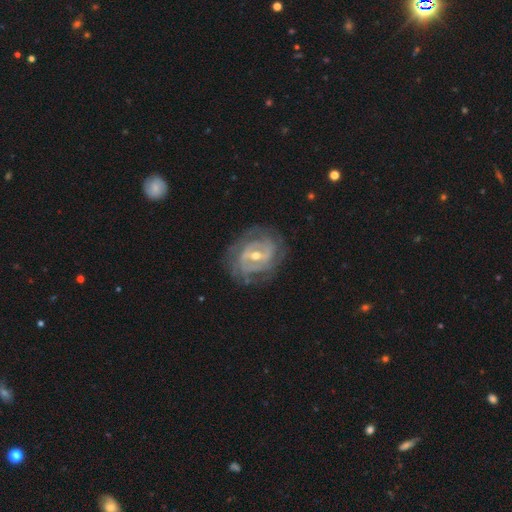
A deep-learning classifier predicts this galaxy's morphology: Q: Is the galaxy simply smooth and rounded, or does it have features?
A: featured or disk — 86%.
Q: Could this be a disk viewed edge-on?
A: no — 96%.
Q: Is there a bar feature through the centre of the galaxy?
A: weak — 44%.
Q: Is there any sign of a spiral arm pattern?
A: yes — 88%.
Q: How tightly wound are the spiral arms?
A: tight — 64%.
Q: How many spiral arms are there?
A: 2 — 37%.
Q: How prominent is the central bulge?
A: moderate — 55%.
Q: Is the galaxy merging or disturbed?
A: none — 74%.